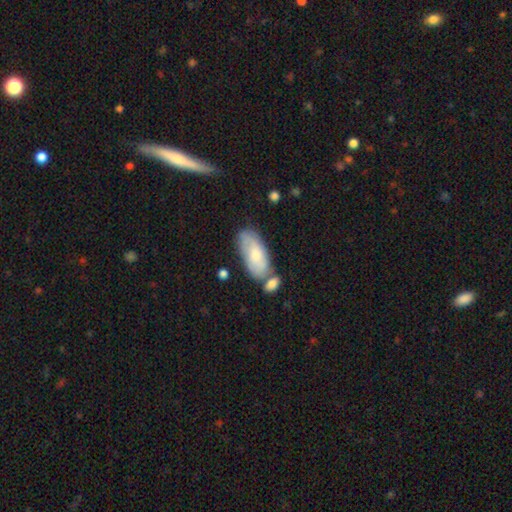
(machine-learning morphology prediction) smooth 61%, featured or disk 33%, star or artifact 6%. Down the decision tree: how rounded — in between (89%); merging — none (55%).